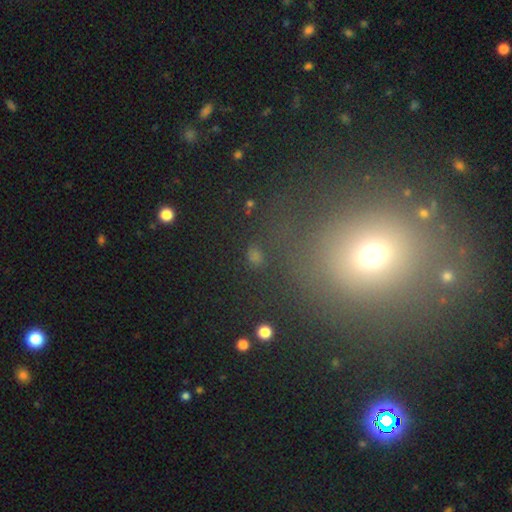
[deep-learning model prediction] smooth 62%, star or artifact 30%, featured or disk 8%. Down the decision tree: how rounded — in between (54%); merging — none (77%).